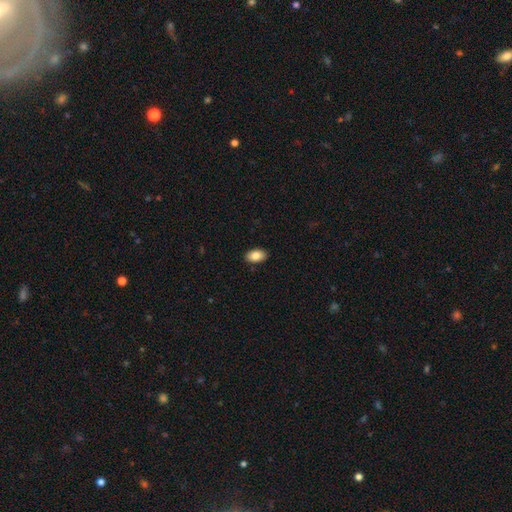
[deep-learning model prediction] smooth-or-featured: smooth: 85% | featured or disk: 8% | star or artifact: 7%
  how-rounded: in between: 93% | round: 6% | cigar-shaped: 2%
  merging: none: 89% | minor disturbance: 8% | major disturbance: 2% | merger: 1%